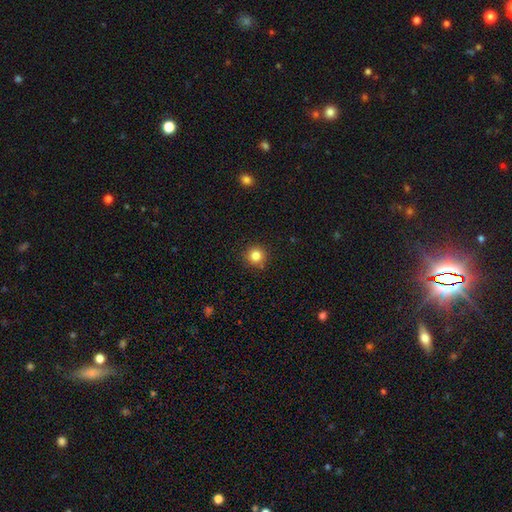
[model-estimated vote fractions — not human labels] The model was most divided on "smooth or featured": smooth: 83%, star or artifact: 12%, featured or disk: 5%. More confident: how rounded — round (95%); merging — none (88%).